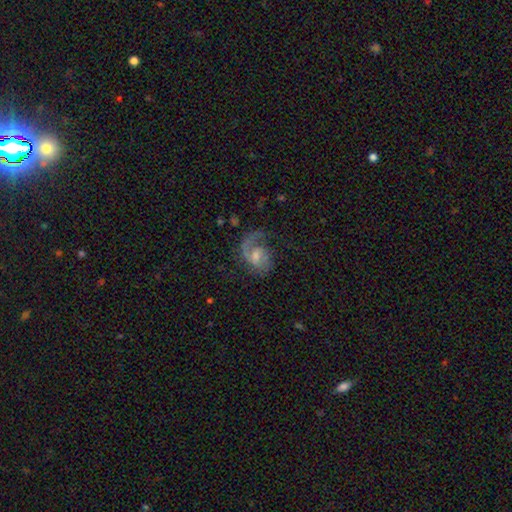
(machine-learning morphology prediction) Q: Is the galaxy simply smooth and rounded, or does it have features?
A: featured or disk — 83%.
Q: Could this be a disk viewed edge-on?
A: no — 98%.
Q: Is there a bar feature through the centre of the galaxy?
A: weak — 48%.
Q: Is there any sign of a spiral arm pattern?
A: yes — 96%.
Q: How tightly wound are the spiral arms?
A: medium — 50%.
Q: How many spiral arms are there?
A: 2 — 59%.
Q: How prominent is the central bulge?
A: small — 44%.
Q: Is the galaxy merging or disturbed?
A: none — 60%.